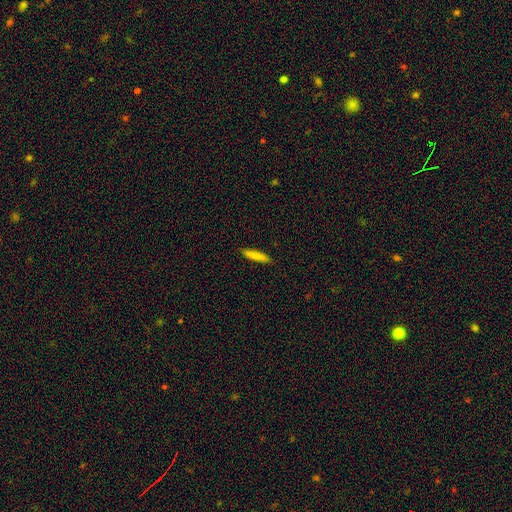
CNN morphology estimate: A smooth galaxy with no disk features (79%) that is cigar-shaped (87%).

Vote fractions:
- Smooth or featured? smooth: 79% / featured or disk: 14% / star or artifact: 6%
- How rounded? cigar-shaped: 87% / in between: 12% / round: 1%
- Merging? none: 90% / minor disturbance: 8% / major disturbance: 2% / merger: 1%